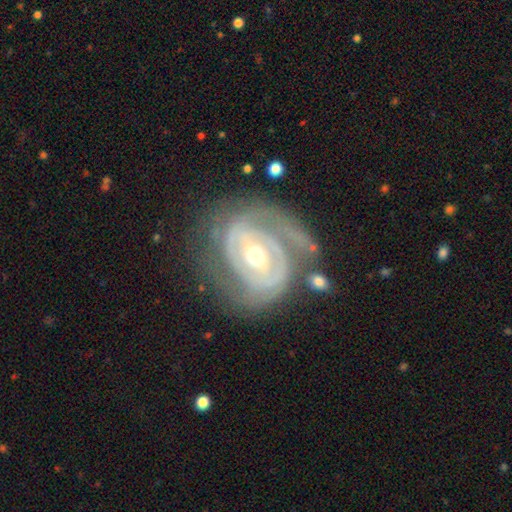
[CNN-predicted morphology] The model was most divided on "bar": no: 39%, weak: 38%, strong: 23%. Remaining: edge-on disk — no (97%); spiral arms — yes (87%); smooth or featured — featured or disk (87%); spiral winding — tight (67%); bulge size — moderate (62%); merging — none (58%); spiral arm count — 2 (43%).